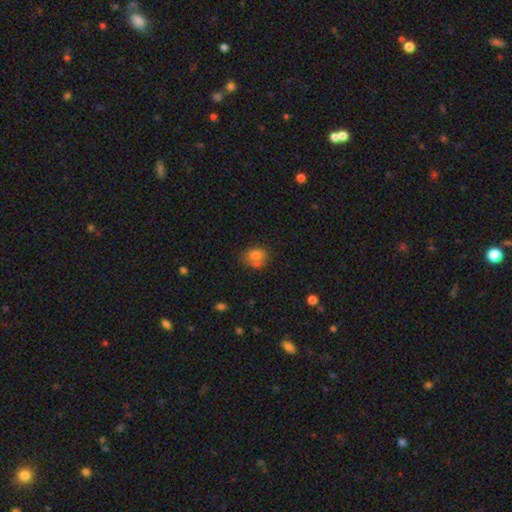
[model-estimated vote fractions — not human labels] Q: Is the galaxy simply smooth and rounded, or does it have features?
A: smooth — 73%.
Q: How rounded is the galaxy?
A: round — 55%.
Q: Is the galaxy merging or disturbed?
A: none — 42%.